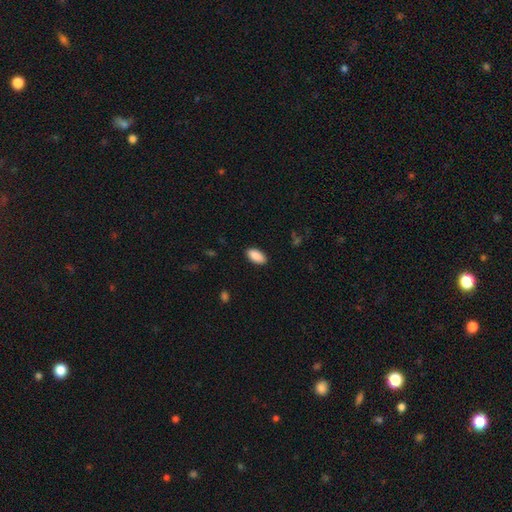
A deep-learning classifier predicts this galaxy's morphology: type=smooth (90%); roundness=in between (94%); merging=none (88%).